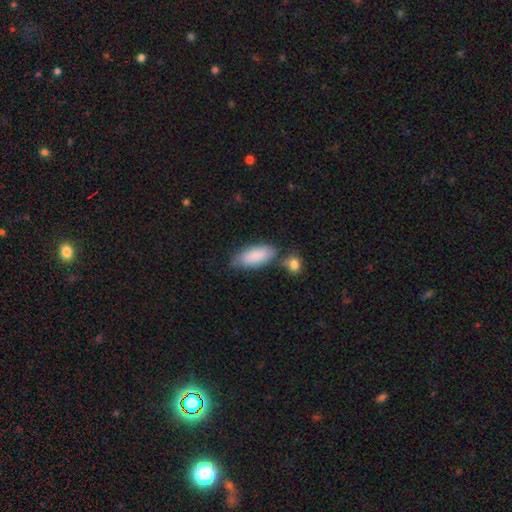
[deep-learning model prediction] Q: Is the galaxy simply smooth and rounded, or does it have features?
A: smooth — 86%.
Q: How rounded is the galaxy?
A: in between — 82%.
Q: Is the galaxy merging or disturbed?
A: none — 61%.